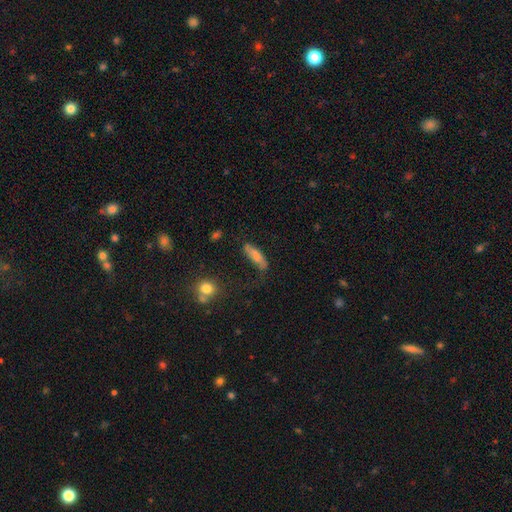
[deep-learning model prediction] This appears to be a smooth galaxy with no disk features (74%) that is cigar-shaped (56%). Merging: none (55%).